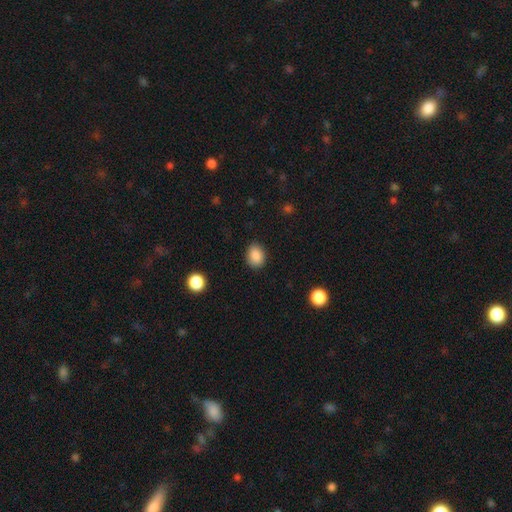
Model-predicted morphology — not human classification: Smooth or featured? smooth (88%)
How rounded? in between (58%)
Merging? none (86%)